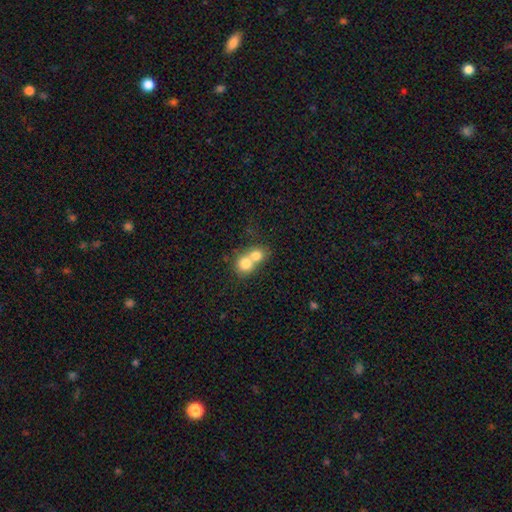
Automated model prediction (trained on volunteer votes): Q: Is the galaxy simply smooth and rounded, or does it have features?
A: smooth — 76%.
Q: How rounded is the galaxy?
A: round — 75%.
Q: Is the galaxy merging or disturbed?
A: merger — 73%.